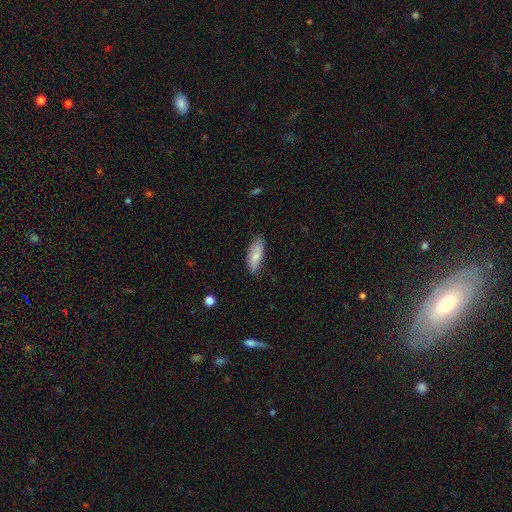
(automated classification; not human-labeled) Smooth or featured: smooth — 66% (featured or disk — 28%)
How rounded: in between — 68% (cigar-shaped — 30%)
Merging: none — 74% (minor disturbance — 21%)